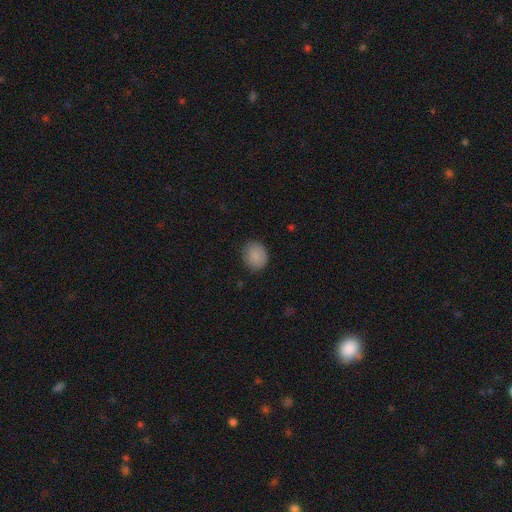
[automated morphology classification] Smooth or featured?
  - smooth: 88% *
  - star or artifact: 8%
  - featured or disk: 4%
How rounded?
  - round: 66% *
  - in between: 33%
  - cigar-shaped: 1%
Merging?
  - none: 85% *
  - minor disturbance: 11%
  - major disturbance: 3%
  - merger: 1%